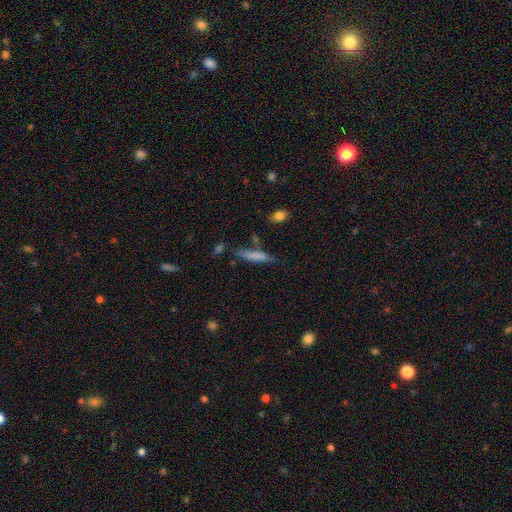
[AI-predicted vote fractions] A smooth galaxy with no disk features (75%) that is cigar-shaped (81%).

Vote fractions:
- Smooth or featured? smooth: 75% / featured or disk: 18% / star or artifact: 7%
- How rounded? cigar-shaped: 81% / in between: 17% / round: 2%
- Merging? none: 65% / minor disturbance: 22% / major disturbance: 6% / merger: 6%